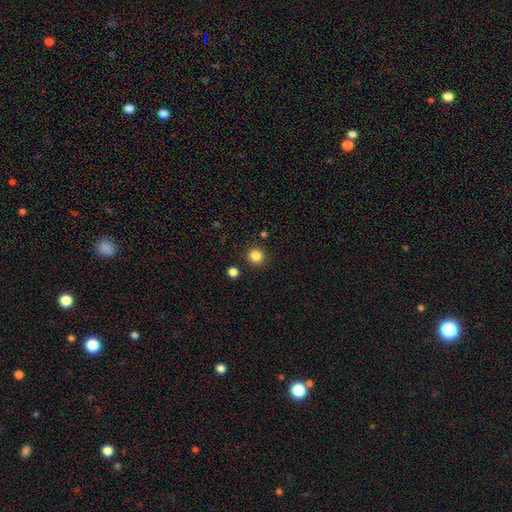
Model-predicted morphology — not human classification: smooth-or-featured: smooth: 84% | star or artifact: 12% | featured or disk: 4%
  how-rounded: round: 93% | in between: 6% | cigar-shaped: 1%
  merging: none: 89% | minor disturbance: 6% | merger: 3% | major disturbance: 2%